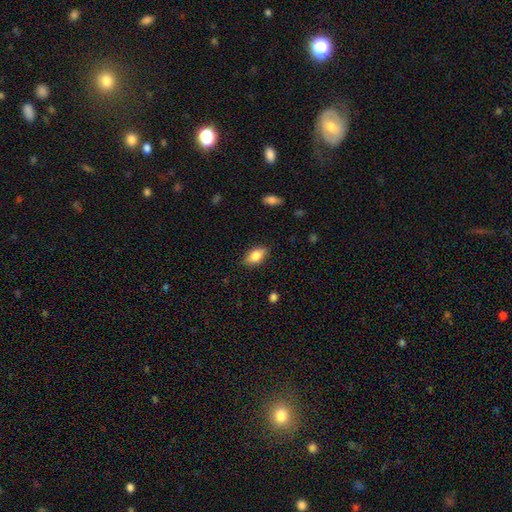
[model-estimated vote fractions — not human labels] A smooth galaxy with no disk features (81%) that is in between round and cigar-shaped (89%). Merging: none (84%).